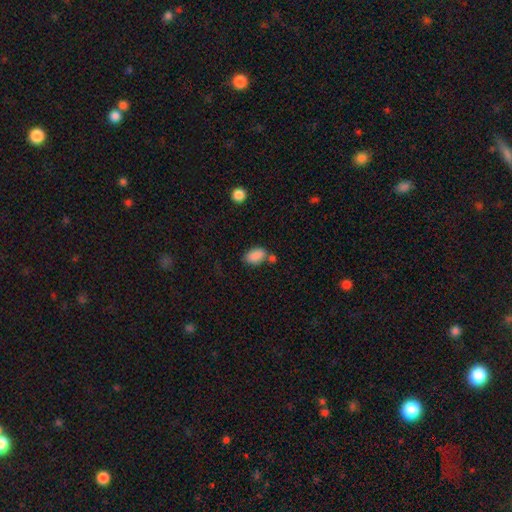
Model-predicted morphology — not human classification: Smooth or featured? Predicted: smooth (p=0.87). How rounded? Predicted: in between (p=0.89). Merging? Predicted: none (p=0.59).